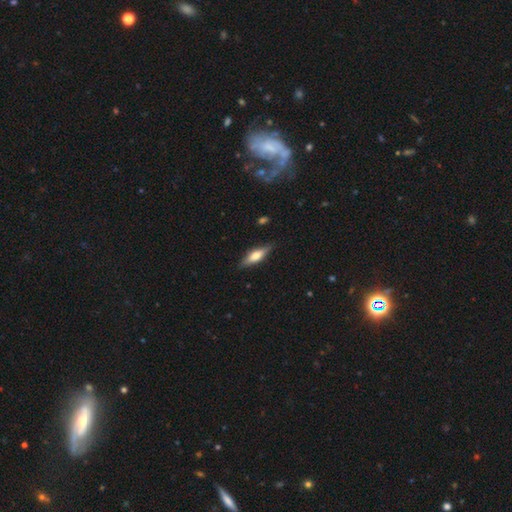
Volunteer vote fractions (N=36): Morphology: type=smooth (50%); roundness=in between (56%); merging=none (85%).